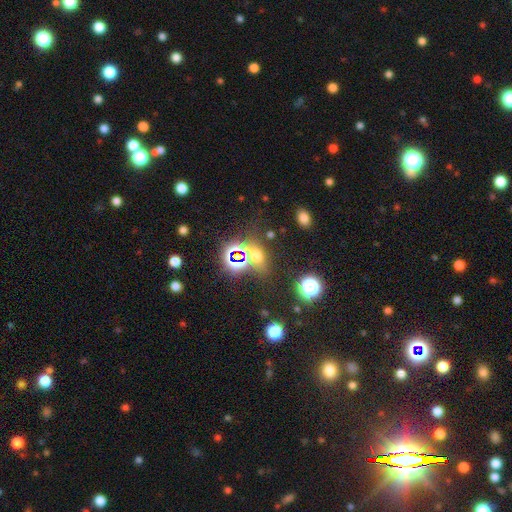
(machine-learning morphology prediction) Smooth or featured?
  - star or artifact: 47% *
  - smooth: 43%
  - featured or disk: 10%